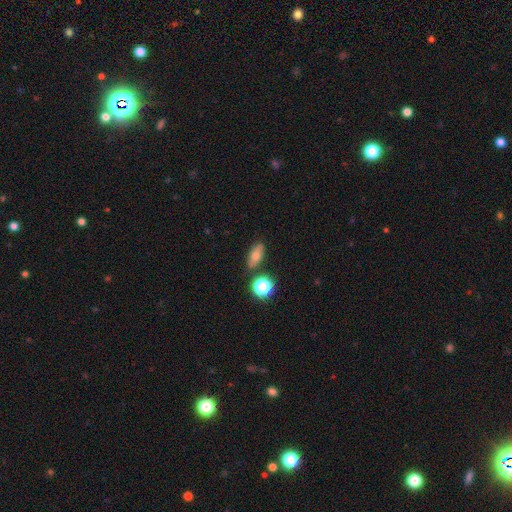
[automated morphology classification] This appears to be a smooth galaxy with no disk features (67%) that is in between round and cigar-shaped (72%). Merging: none (78%).